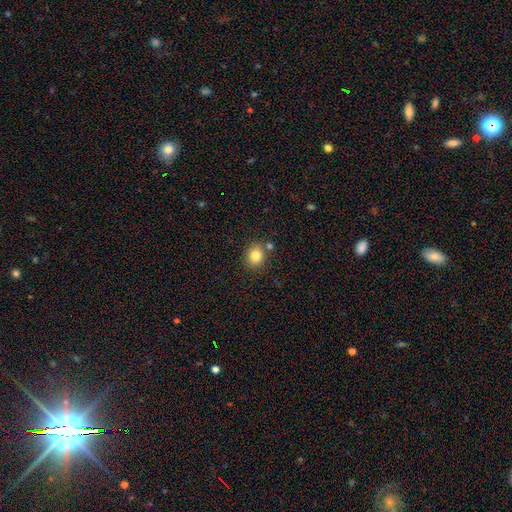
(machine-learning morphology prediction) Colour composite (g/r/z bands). It shows a smooth galaxy with no disk features (83%) that is round (68%). Merging: none (77%).